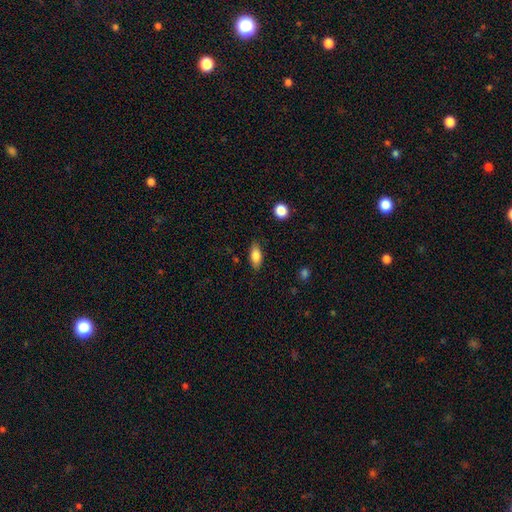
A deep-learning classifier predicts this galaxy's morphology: Smooth or featured? Predicted: smooth (p=0.81). How rounded? Predicted: in between (p=0.83). Merging? Predicted: none (p=0.82).